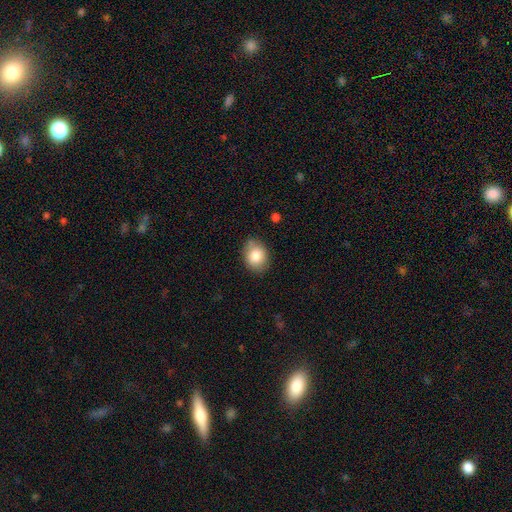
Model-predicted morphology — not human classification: Smooth or featured: smooth — 83% (featured or disk — 9%)
How rounded: in between — 62% (round — 37%)
Merging: none — 78% (minor disturbance — 17%)